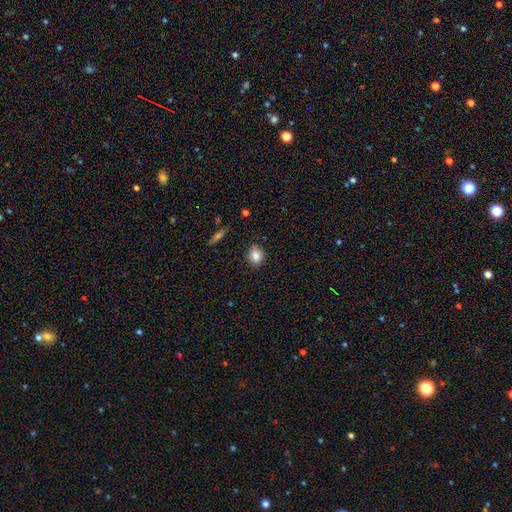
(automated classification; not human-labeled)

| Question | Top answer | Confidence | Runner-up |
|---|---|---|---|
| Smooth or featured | smooth | 85% | star or artifact (9%) |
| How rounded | round | 61% | in between (38%) |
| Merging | none | 85% | minor disturbance (11%) |